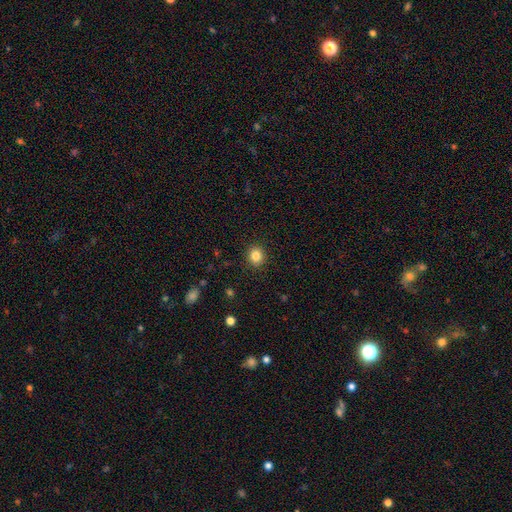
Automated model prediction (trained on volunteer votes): This is clearly a smooth galaxy (84%). How rounded: clearly round (82%). Merging: clearly none (91%).